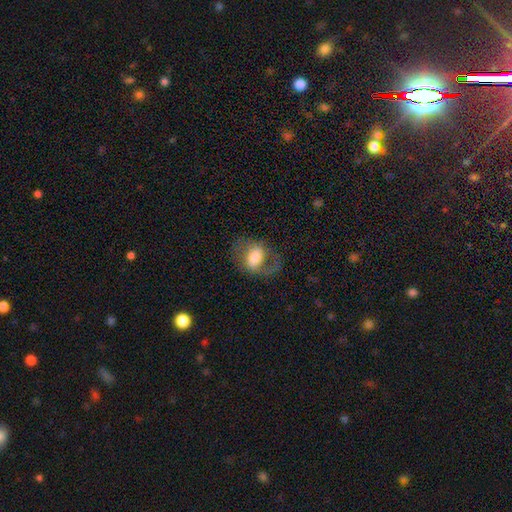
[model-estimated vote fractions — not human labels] A smooth galaxy with no disk features (50%). Merging: none (57%).